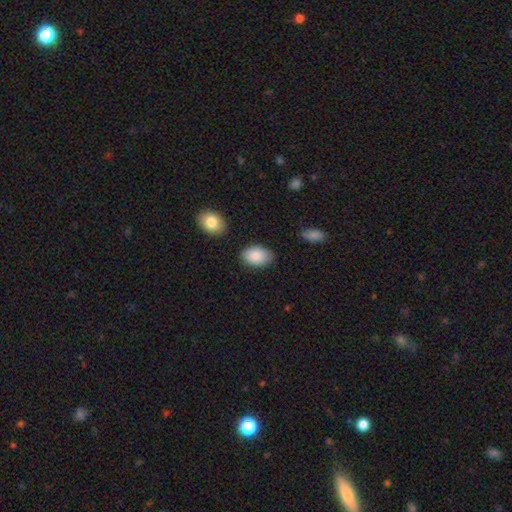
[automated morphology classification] A smooth galaxy with no disk features (87%) that is in between round and cigar-shaped (88%). Merging: none (80%).